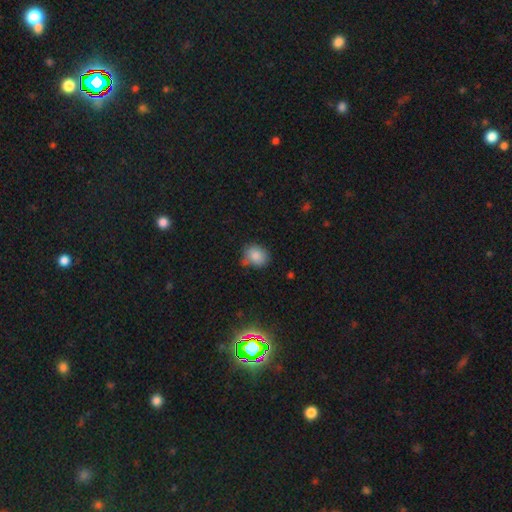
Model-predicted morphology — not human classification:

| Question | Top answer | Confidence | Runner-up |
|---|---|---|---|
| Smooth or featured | smooth | 83% | star or artifact (10%) |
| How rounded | round | 62% | in between (37%) |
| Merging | none | 61% | minor disturbance (28%) |